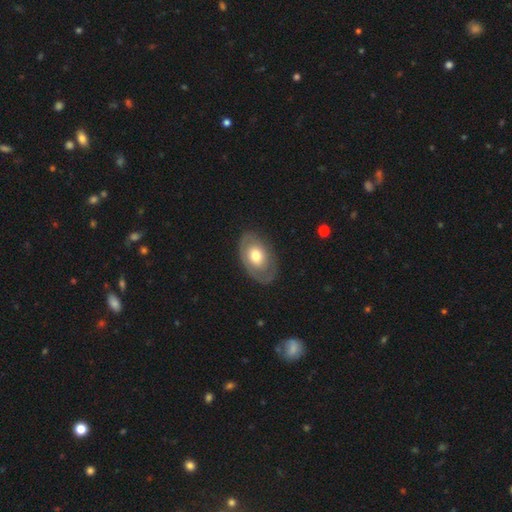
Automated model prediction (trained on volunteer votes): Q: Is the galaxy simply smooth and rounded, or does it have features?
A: featured or disk — 47%, tied with smooth.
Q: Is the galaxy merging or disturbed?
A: none — 77%.